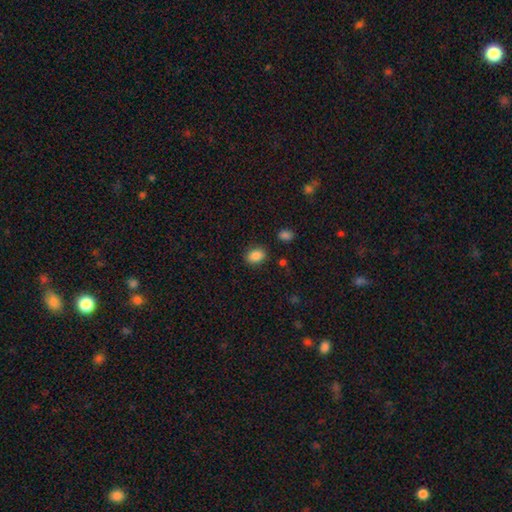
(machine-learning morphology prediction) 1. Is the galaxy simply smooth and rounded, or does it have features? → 87% smooth, 9% star or artifact, 4% featured or disk.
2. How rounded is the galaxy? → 67% in between, 32% round, 1% cigar-shaped.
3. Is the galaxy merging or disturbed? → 84% none, 11% minor disturbance, 3% major disturbance, 2% merger.